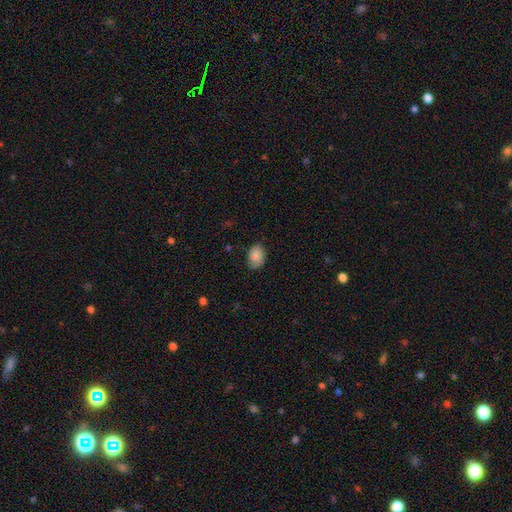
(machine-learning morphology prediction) Smooth or featured? smooth (86%)
How rounded? in between (79%)
Merging? none (76%)